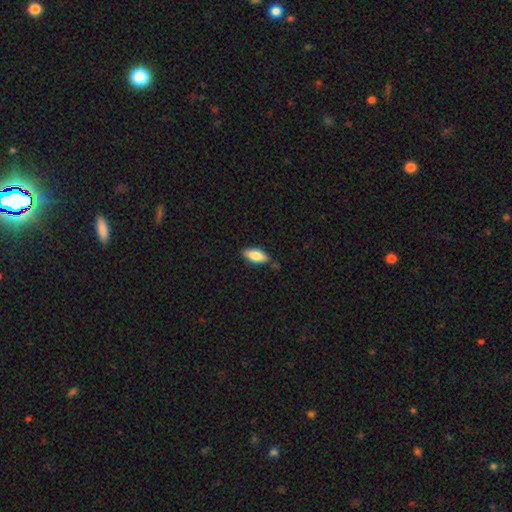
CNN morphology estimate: This appears to be a smooth galaxy with no disk features (82%) that is in between round and cigar-shaped (85%). Merging: none (75%).